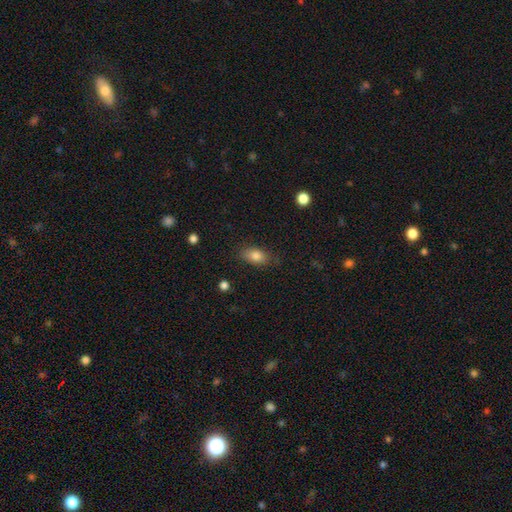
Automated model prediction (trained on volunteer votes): Morphology: type=smooth (82%); roundness=in between (87%); merging=none (79%).